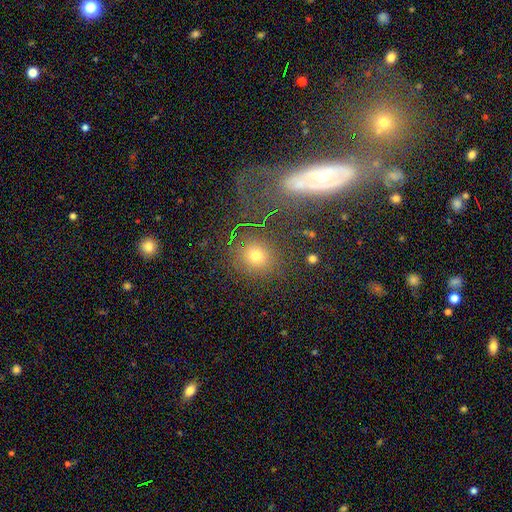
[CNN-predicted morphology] The model was most divided on "smooth or featured": smooth: 65%, star or artifact: 22%, featured or disk: 13%. More confident: merging — none (81%); how rounded — round (79%).